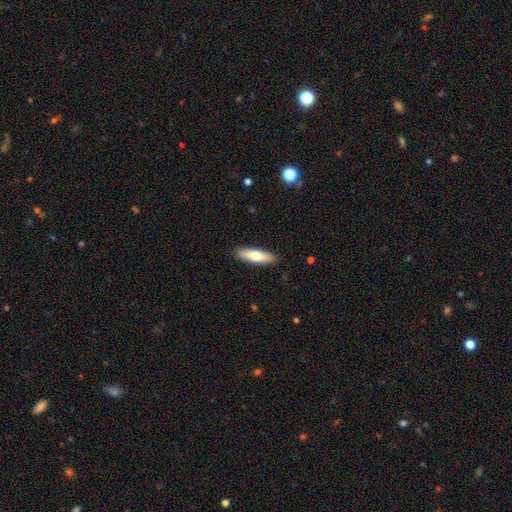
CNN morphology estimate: Smooth or featured: smooth — 67% (featured or disk — 28%)
How rounded: cigar-shaped — 60% (in between — 39%)
Merging: none — 90% (minor disturbance — 8%)